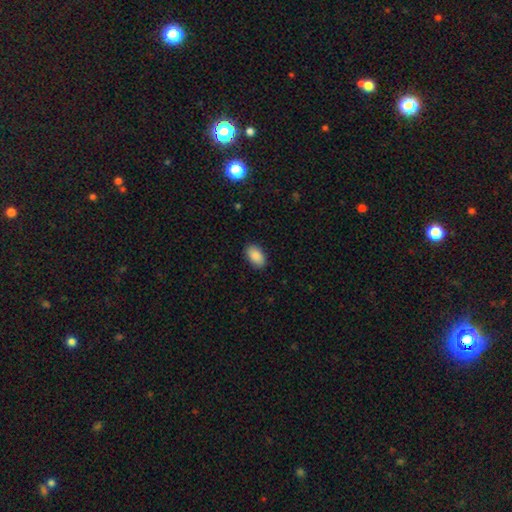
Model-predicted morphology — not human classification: Smooth or featured: smooth — 90% (star or artifact — 7%)
How rounded: in between — 94% (round — 5%)
Merging: none — 88% (minor disturbance — 9%)